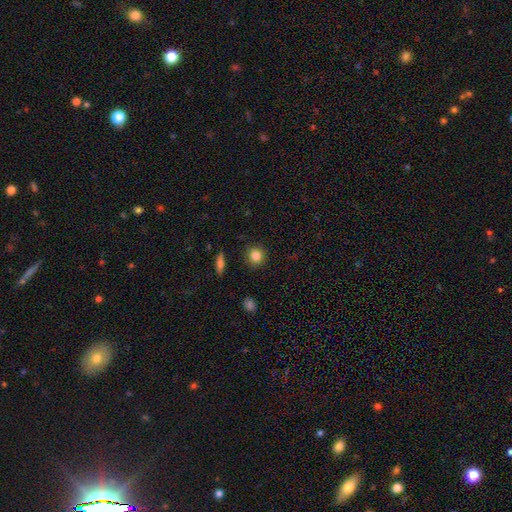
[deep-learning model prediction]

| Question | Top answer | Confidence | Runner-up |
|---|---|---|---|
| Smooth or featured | smooth | 83% | star or artifact (11%) |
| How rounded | round | 88% | in between (11%) |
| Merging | none | 88% | minor disturbance (8%) |